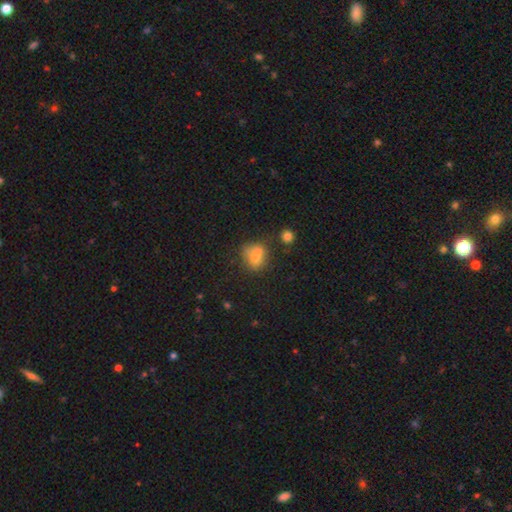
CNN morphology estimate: smooth_or_featured: smooth (p=0.69) [alt: featured or disk p=0.17]
how_rounded: round (p=0.57) [alt: in between p=0.41]
merging: merger (p=0.39) [tied with: none p=0.39]